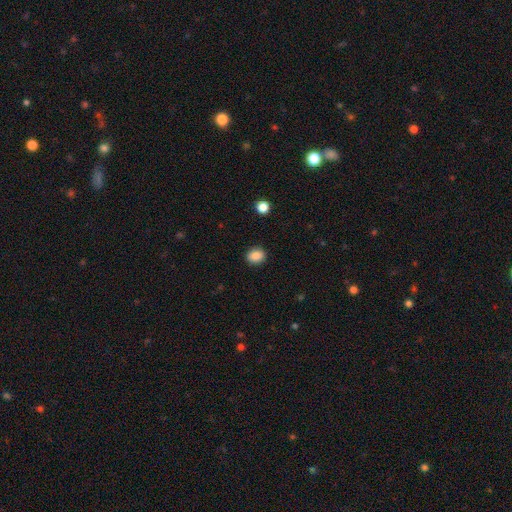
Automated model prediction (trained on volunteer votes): smooth_or_featured: smooth (p=0.87) [alt: star or artifact p=0.09]
how_rounded: round (p=0.57) [alt: in between p=0.42]
merging: none (p=0.90) [alt: minor disturbance p=0.07]